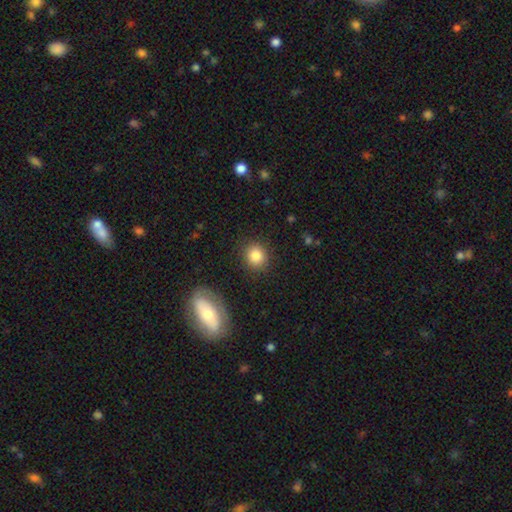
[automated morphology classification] type=smooth (85%); roundness=round (78%); merging=none (87%).